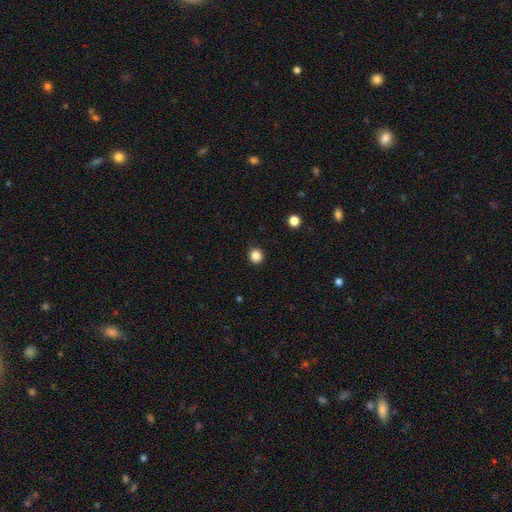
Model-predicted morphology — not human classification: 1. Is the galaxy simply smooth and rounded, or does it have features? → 86% smooth, 11% star or artifact, 3% featured or disk.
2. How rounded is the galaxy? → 90% round, 9% in between, 1% cigar-shaped.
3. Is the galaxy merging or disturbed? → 92% none, 5% minor disturbance, 2% major disturbance, 1% merger.